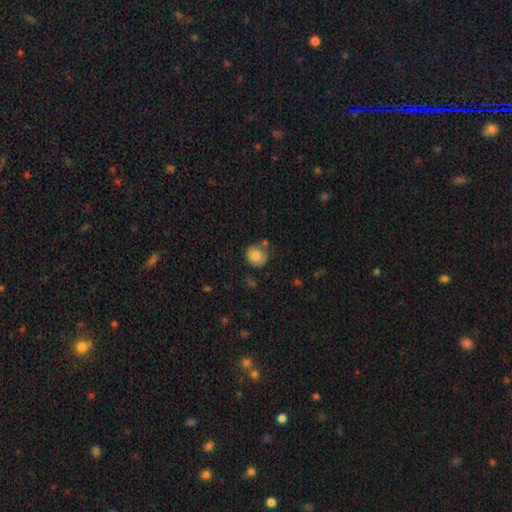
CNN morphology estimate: The model was most divided on "merging": none: 67%, minor disturbance: 20%, merger: 8%, major disturbance: 5%. More confident: how rounded — round (80%); smooth or featured — smooth (79%).